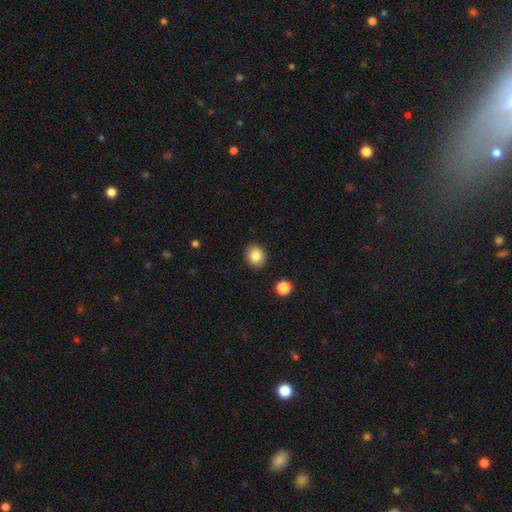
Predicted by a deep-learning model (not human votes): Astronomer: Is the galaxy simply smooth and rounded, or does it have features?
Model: smooth — 86%.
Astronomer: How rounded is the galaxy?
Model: round — 81%.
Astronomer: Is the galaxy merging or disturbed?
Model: none — 90%.